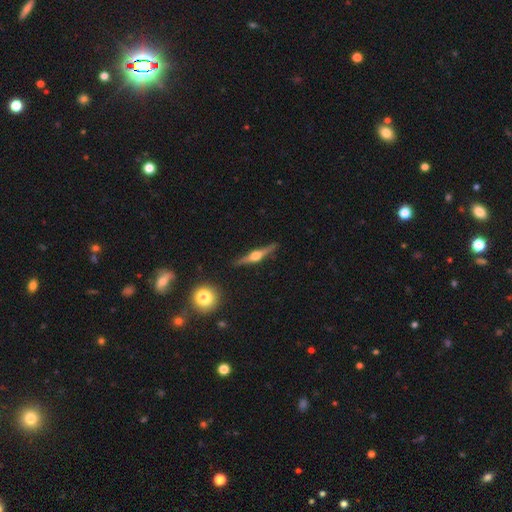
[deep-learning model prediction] This is likely a featured or disk galaxy (79%). It is clearly viewed edge-on (98%). Edge-on bulge: clearly rounded (95%). Merging: clearly none (89%).